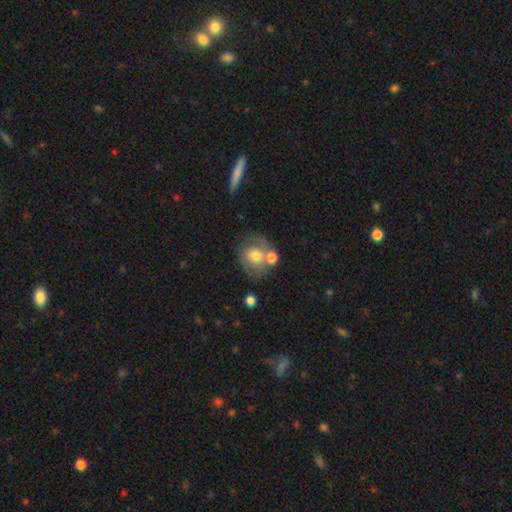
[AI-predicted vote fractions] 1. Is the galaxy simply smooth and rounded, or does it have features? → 57% smooth, 34% featured or disk, 8% star or artifact.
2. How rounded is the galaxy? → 69% round, 30% in between, 1% cigar-shaped.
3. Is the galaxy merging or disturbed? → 47% none, 30% merger, 15% minor disturbance, 7% major disturbance.